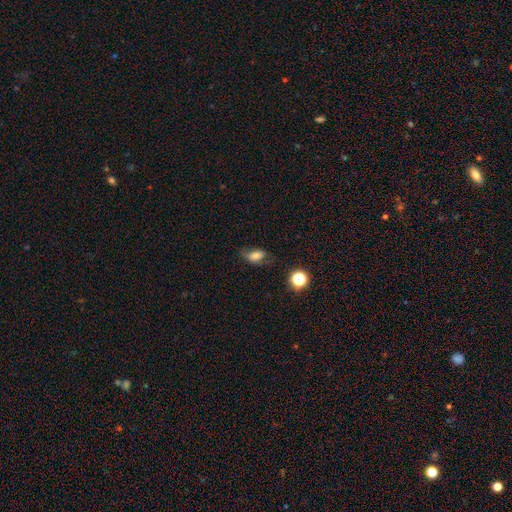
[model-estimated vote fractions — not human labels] Smooth or featured?
  - smooth: 62% *
  - featured or disk: 26%
  - star or artifact: 13%
How rounded?
  - in between: 83% *
  - round: 13%
  - cigar-shaped: 5%
Merging?
  - none: 59% *
  - minor disturbance: 27%
  - major disturbance: 12%
  - merger: 2%